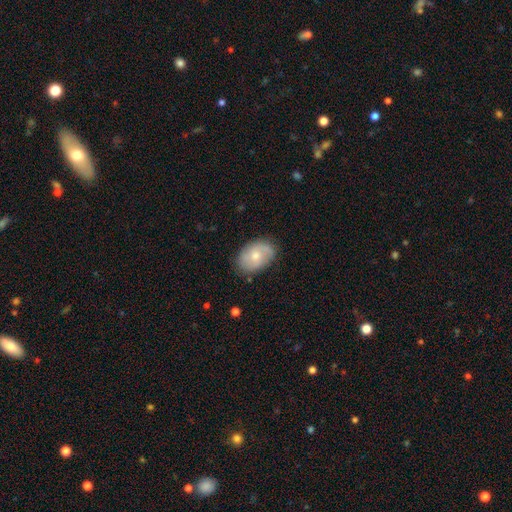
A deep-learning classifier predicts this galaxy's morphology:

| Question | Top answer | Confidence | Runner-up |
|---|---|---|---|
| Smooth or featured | smooth | 52% | featured or disk (42%) |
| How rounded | in between | 81% | round (18%) |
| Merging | none | 77% | minor disturbance (17%) |